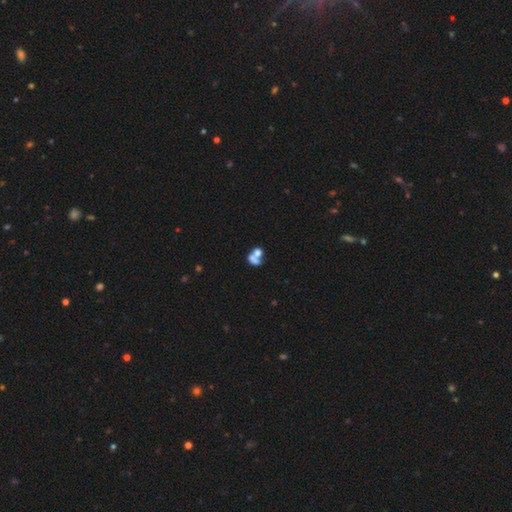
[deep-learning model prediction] Q: Smooth or featured?
A: smooth (61%); runner-up: featured or disk (25%)
Q: How rounded?
A: in between (53%); runner-up: round (45%)
Q: Merging?
A: merger (60%); runner-up: none (23%)